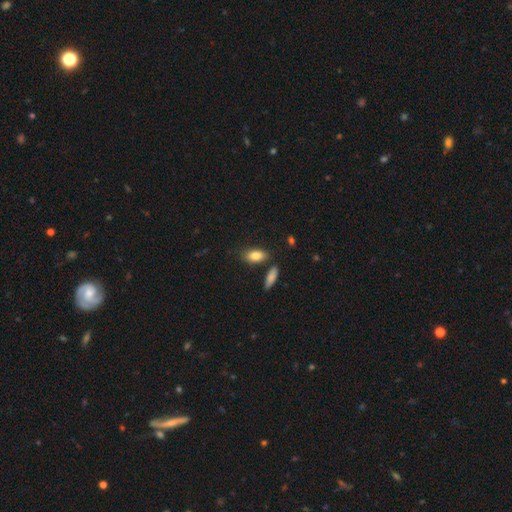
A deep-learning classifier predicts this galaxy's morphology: type=smooth (84%); roundness=in between (86%); merging=none (74%).